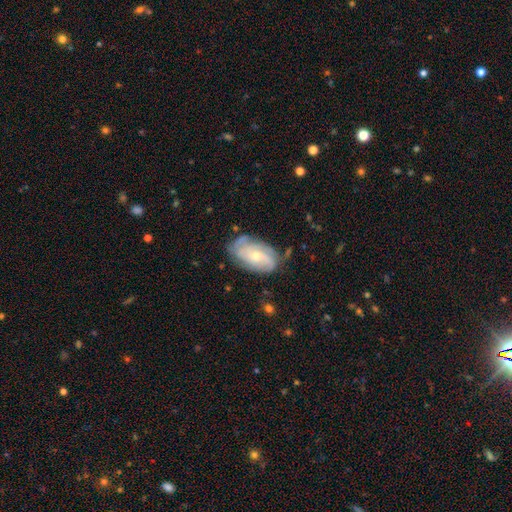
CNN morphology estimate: Smooth or featured?
  - featured or disk: 73% *
  - smooth: 20%
  - star or artifact: 6%
Edge-on disk?
  - no: 95% *
  - yes: 5%
Bar?
  - no: 70% *
  - weak: 25%
  - strong: 5%
Spiral arms?
  - yes: 89% *
  - no: 11%
Spiral winding?
  - tight: 53% *
  - medium: 33%
  - loose: 14%
Spiral arm count?
  - can't tell: 38% *
  - 2: 26%
  - 3: 19%
  - 4: 9%
  - 1: 5%
  - more than 4: 4%
Bulge size?
  - small: 59% *
  - moderate: 38%
  - large: 1%
  - none: 1%
  - dominant: 1%
Merging?
  - none: 67% *
  - minor disturbance: 23%
  - major disturbance: 7%
  - merger: 2%